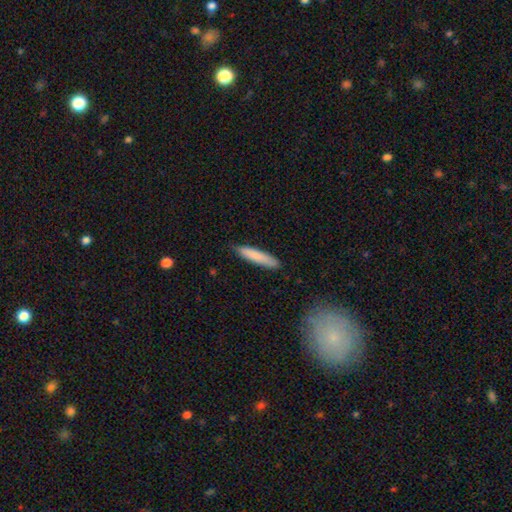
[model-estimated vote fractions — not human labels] Overall: smooth (82%). How rounded: cigar-shaped (87%). Merging: none (84%).